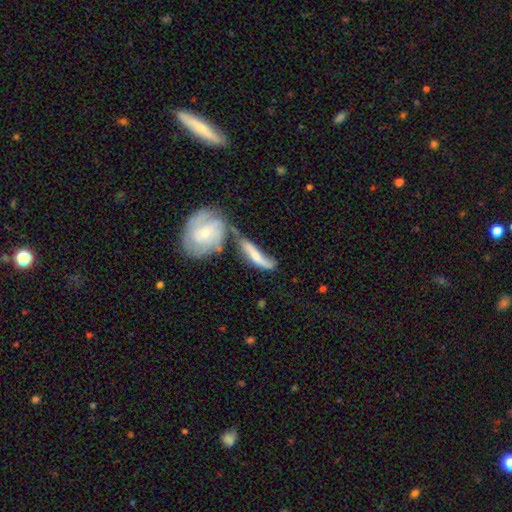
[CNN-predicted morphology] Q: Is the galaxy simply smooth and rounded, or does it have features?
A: featured or disk — 52%.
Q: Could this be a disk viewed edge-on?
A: no — 71%.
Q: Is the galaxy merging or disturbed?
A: merger — 45%.